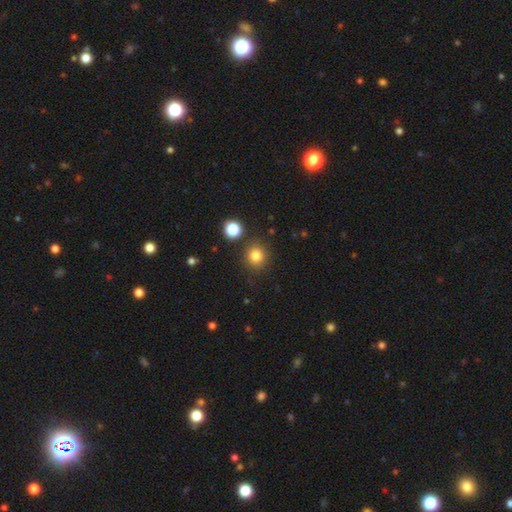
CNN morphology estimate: The model was most divided on "smooth or featured": smooth: 82%, star or artifact: 13%, featured or disk: 6%. More confident: how rounded — round (89%); merging — none (85%).